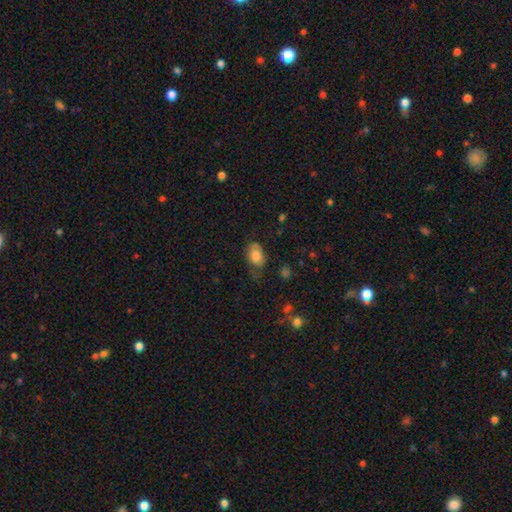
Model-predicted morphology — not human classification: Q: Smooth or featured?
A: smooth (78%); runner-up: featured or disk (14%)
Q: How rounded?
A: in between (86%); runner-up: round (12%)
Q: Merging?
A: none (49%); runner-up: minor disturbance (33%)